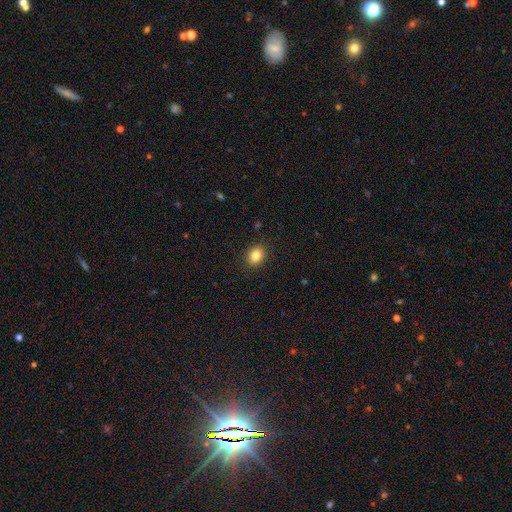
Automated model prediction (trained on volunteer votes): Q: Smooth or featured?
A: smooth (84%); runner-up: star or artifact (10%)
Q: How rounded?
A: in between (55%); runner-up: round (44%)
Q: Merging?
A: none (89%); runner-up: minor disturbance (8%)